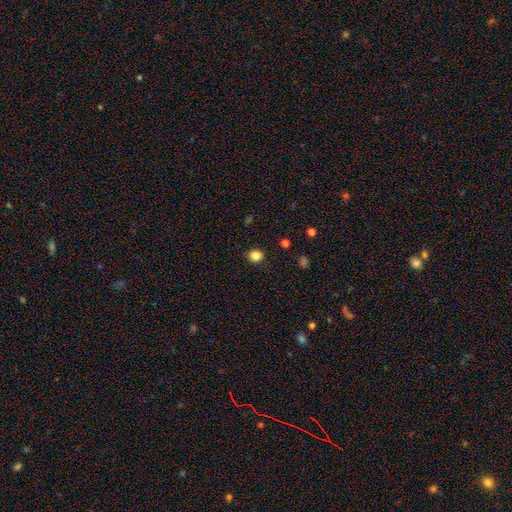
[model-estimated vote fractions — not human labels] Overall: smooth (84%). How rounded: round (77%). Merging: none (89%).